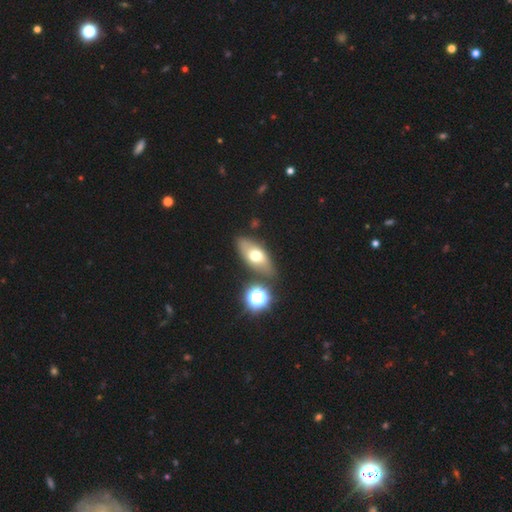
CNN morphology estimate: This is possibly a smooth galaxy (59%). How rounded: likely in between (76%). Merging: likely none (78%).